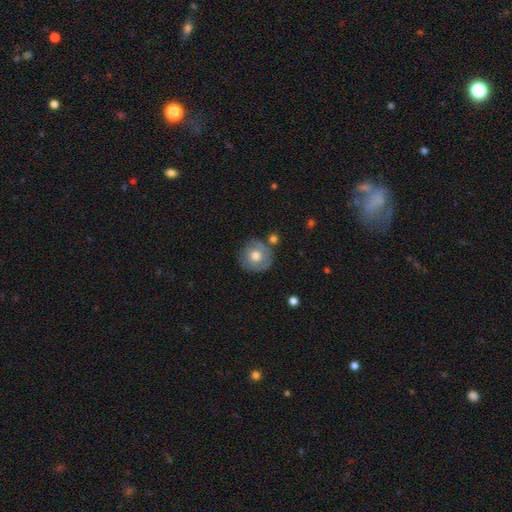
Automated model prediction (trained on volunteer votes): Smooth or featured? Predicted: smooth (p=0.62). How rounded? Predicted: round (p=0.92). Merging? Predicted: none (p=0.75).